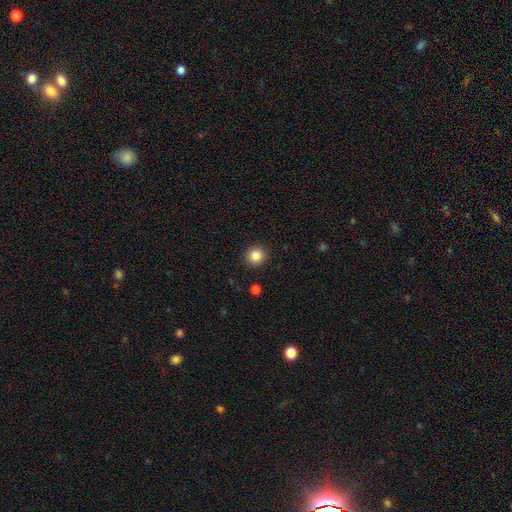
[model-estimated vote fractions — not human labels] Smooth or featured: smooth — 85% (star or artifact — 11%)
How rounded: round — 92% (in between — 7%)
Merging: none — 92% (minor disturbance — 5%)